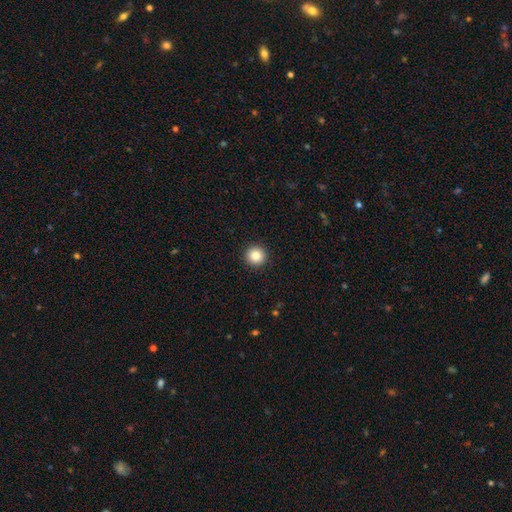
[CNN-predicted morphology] smooth 86%, star or artifact 10%, featured or disk 4%. Down the decision tree: how rounded — round (95%); merging — none (93%).